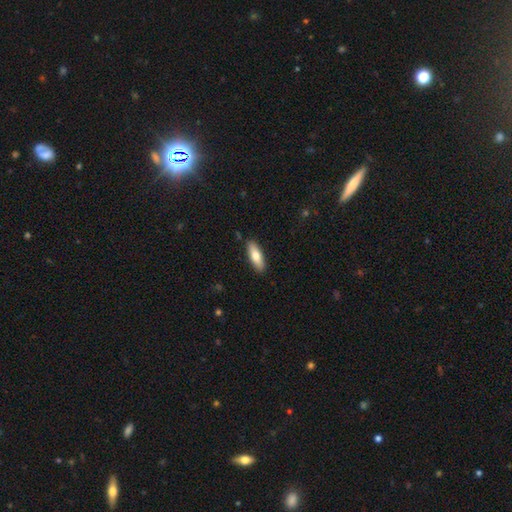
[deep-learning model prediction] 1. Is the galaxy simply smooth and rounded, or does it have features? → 72% smooth, 22% featured or disk, 6% star or artifact.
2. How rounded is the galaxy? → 60% in between, 37% cigar-shaped, 2% round.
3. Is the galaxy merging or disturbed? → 89% none, 9% minor disturbance, 2% major disturbance, 1% merger.